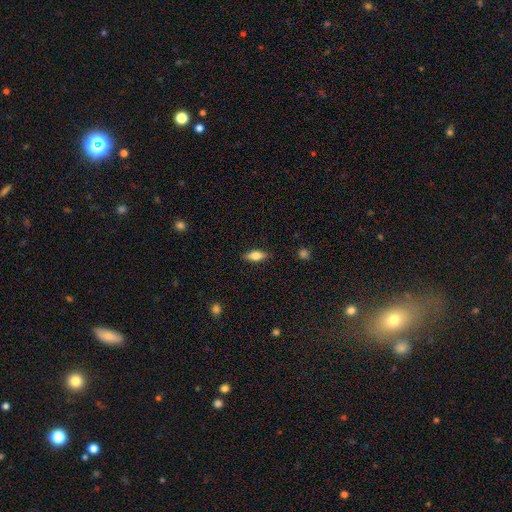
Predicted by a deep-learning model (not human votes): Morphology: type=smooth (69%); roundness=in between (70%); merging=none (87%).